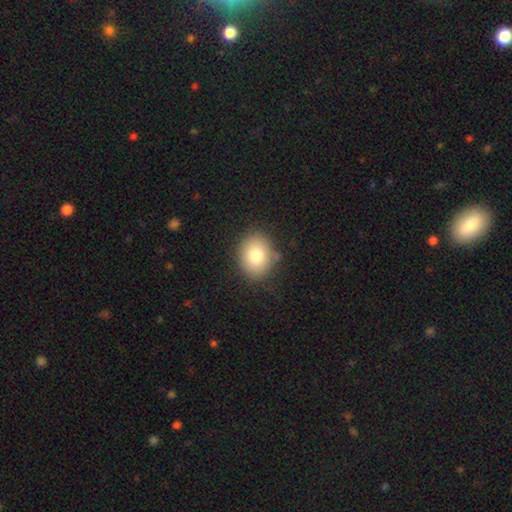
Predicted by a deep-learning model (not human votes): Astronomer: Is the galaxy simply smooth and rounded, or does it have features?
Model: smooth — 80%.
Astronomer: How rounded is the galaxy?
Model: round — 51% (runner-up: in between, 48%).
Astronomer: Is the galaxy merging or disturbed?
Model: none — 82%.